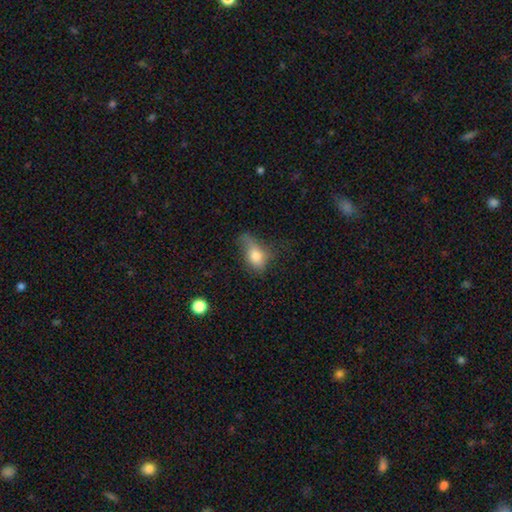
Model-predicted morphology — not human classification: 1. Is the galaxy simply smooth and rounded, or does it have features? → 73% smooth, 17% featured or disk, 10% star or artifact.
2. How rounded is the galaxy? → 77% in between, 18% round, 5% cigar-shaped.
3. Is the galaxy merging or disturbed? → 35% major disturbance, 33% minor disturbance, 27% none, 5% merger.